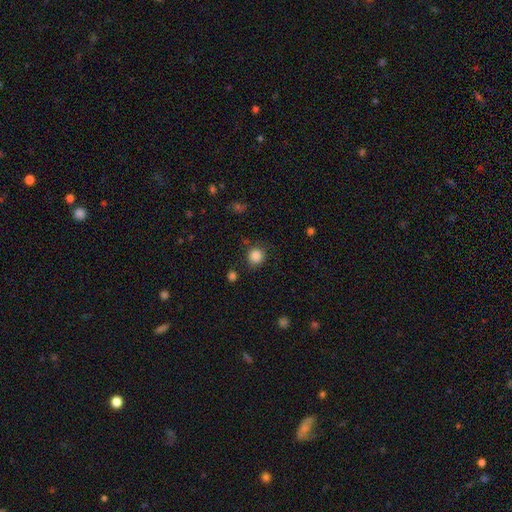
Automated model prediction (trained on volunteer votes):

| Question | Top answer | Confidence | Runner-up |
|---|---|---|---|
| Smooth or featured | smooth | 86% | star or artifact (11%) |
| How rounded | round | 90% | in between (9%) |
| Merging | none | 83% | minor disturbance (11%) |